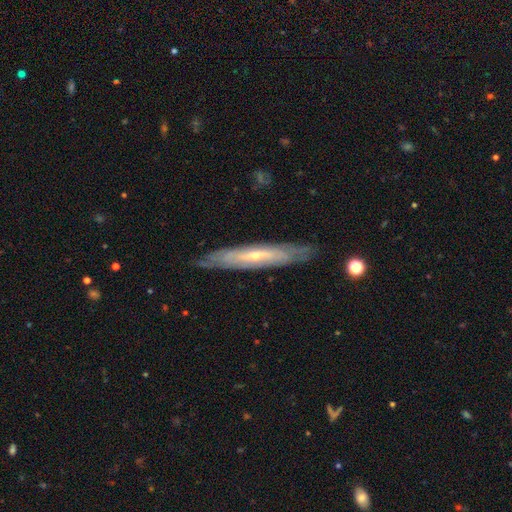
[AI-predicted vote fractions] The model was most divided on "edge-on disk": yes: 63%, no: 37%. More confident: merging — none (83%); smooth or featured — featured or disk (72%).